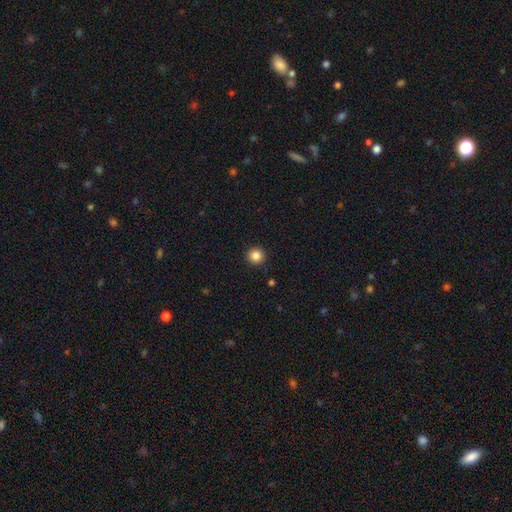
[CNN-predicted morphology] smooth-or-featured: smooth: 85% | star or artifact: 11% | featured or disk: 4%
  how-rounded: round: 95% | in between: 4% | cigar-shaped: 1%
  merging: none: 93% | minor disturbance: 5% | major disturbance: 2% | merger: 1%